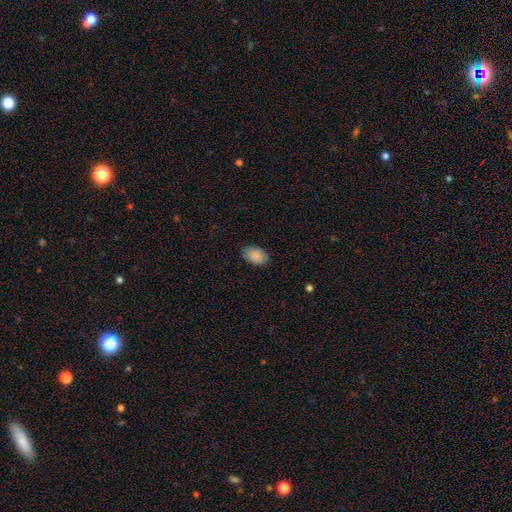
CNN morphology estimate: smooth_or_featured: smooth (p=0.89) [alt: star or artifact p=0.07]
how_rounded: in between (p=0.89) [alt: round p=0.10]
merging: none (p=0.85) [alt: minor disturbance p=0.12]